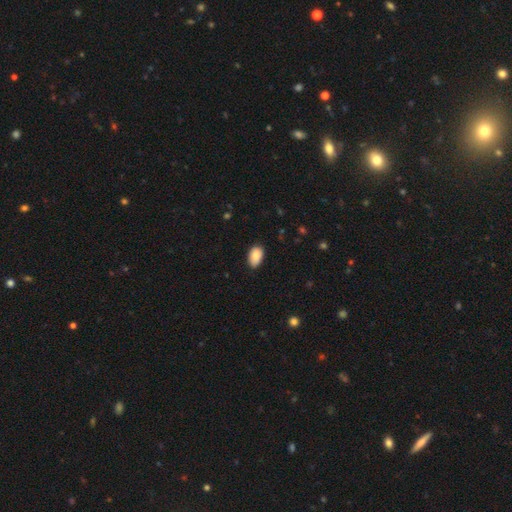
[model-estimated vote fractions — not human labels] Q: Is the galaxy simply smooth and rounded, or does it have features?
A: smooth — 88%.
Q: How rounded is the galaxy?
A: in between — 92%.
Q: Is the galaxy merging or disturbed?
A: none — 85%.